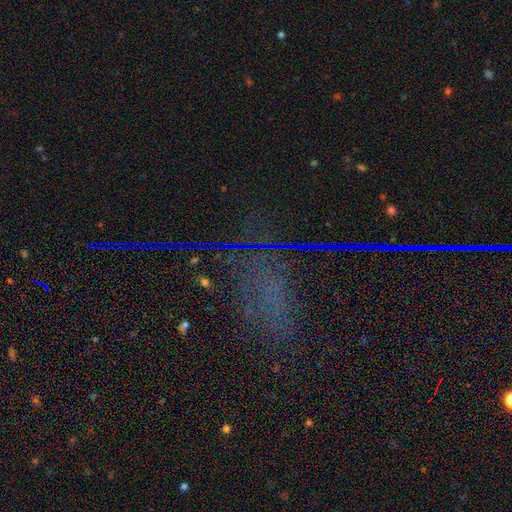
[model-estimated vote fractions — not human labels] A star or artifact, not a galaxy (75%).